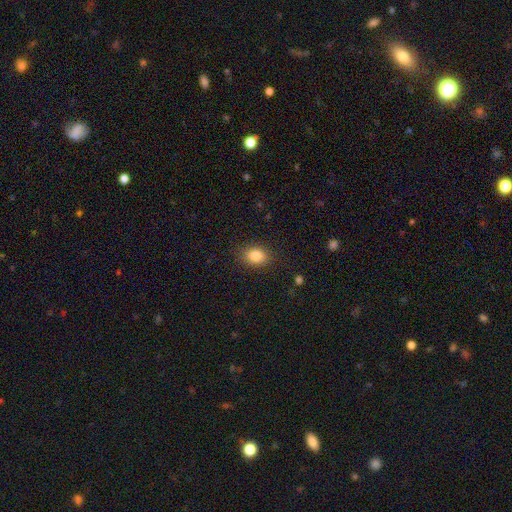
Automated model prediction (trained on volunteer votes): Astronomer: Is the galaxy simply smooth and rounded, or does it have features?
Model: smooth — 84%.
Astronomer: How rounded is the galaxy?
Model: in between — 58% (runner-up: round, 40%).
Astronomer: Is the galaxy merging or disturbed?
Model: none — 86%.